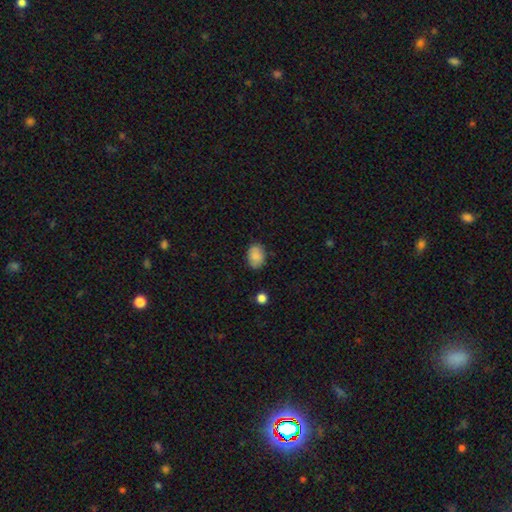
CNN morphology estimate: smooth 86%, star or artifact 8%, featured or disk 5%. Down the decision tree: how rounded — in between (74%); merging — none (79%).